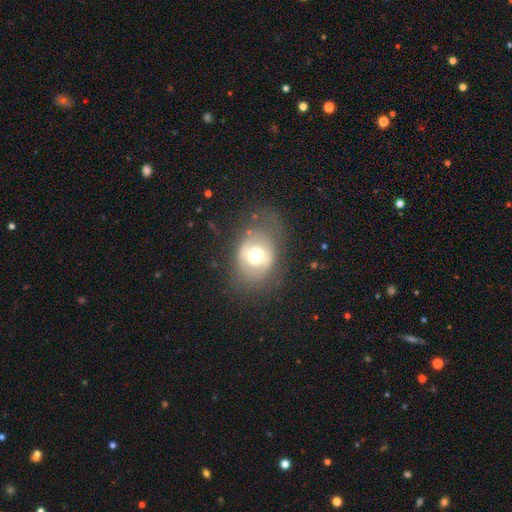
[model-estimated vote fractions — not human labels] This appears to be a smooth galaxy with no disk features (53%) that is in between round and cigar-shaped (61%). Merging: none (63%).